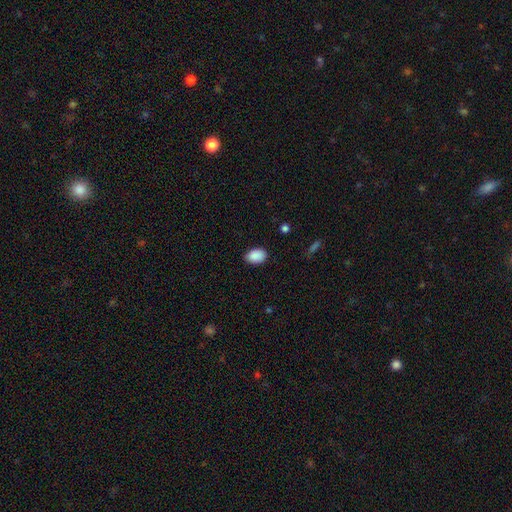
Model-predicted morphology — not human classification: The model was most divided on "how rounded": in between: 85%, round: 14%, cigar-shaped: 1%. More confident: smooth or featured — smooth (90%); merging — none (85%).